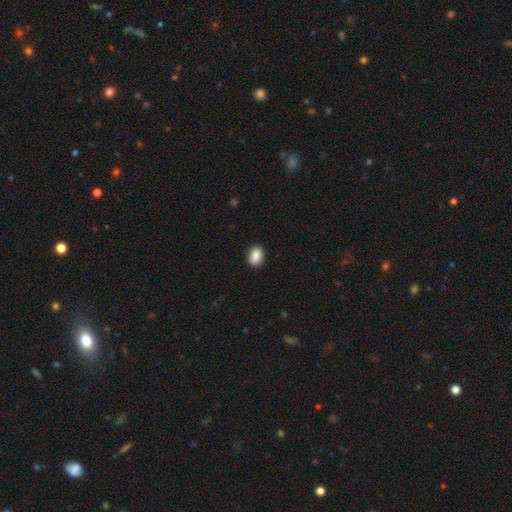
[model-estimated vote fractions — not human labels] Smooth or featured?
  - smooth: 87% *
  - star or artifact: 8%
  - featured or disk: 5%
How rounded?
  - in between: 67% *
  - round: 32%
  - cigar-shaped: 1%
Merging?
  - none: 86% *
  - minor disturbance: 11%
  - major disturbance: 2%
  - merger: 1%